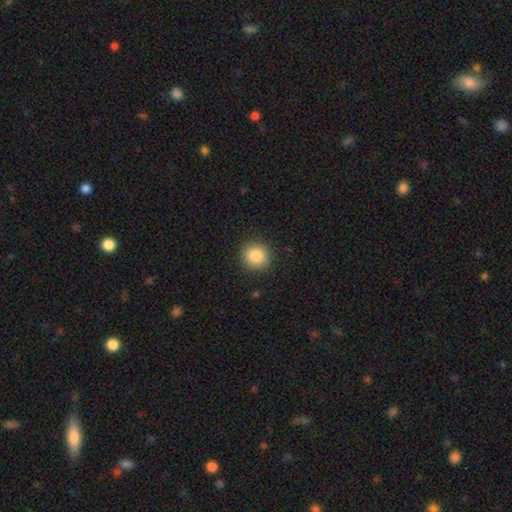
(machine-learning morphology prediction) Smooth or featured?
  - smooth: 85% *
  - star or artifact: 10%
  - featured or disk: 5%
How rounded?
  - round: 91% *
  - in between: 8%
  - cigar-shaped: 1%
Merging?
  - none: 90% *
  - minor disturbance: 6%
  - major disturbance: 2%
  - merger: 1%